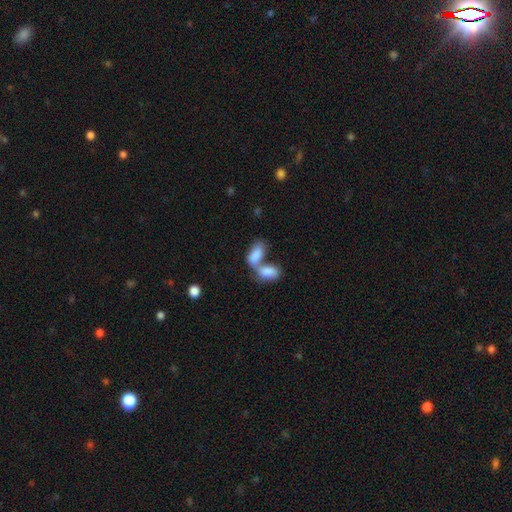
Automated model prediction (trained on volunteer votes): A smooth galaxy with no disk features (82%) that is in between round and cigar-shaped (92%).

Vote fractions:
- Smooth or featured? smooth: 82% / featured or disk: 11% / star or artifact: 7%
- How rounded? in between: 92% / cigar-shaped: 5% / round: 3%
- Merging? merger: 71% / none: 18% / minor disturbance: 6% / major disturbance: 5%